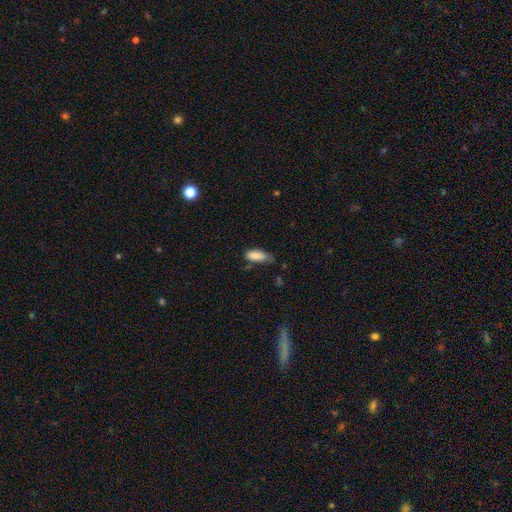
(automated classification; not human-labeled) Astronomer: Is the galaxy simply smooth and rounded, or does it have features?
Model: smooth — 85%.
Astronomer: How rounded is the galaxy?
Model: in between — 73%.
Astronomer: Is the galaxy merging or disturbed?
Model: none — 47% (runner-up: minor disturbance, 38%).